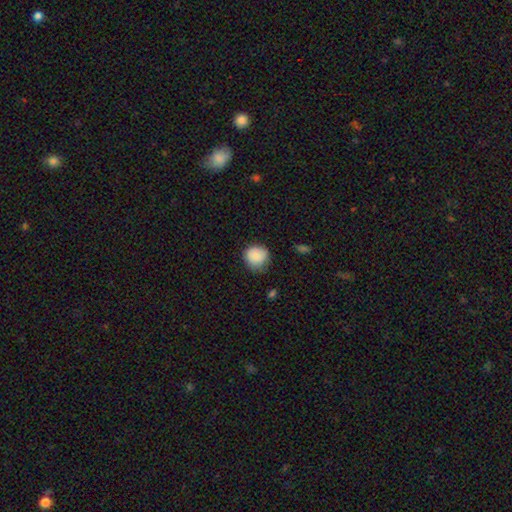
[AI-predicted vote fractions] smooth 87%, star or artifact 8%, featured or disk 5%. Down the decision tree: how rounded — round (86%); merging — none (69%).